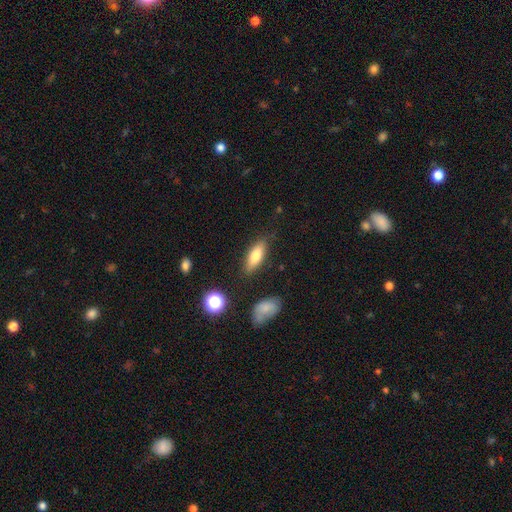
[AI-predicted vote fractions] smooth-or-featured: smooth: 75% | featured or disk: 17% | star or artifact: 8%
  how-rounded: in between: 68% | cigar-shaped: 29% | round: 3%
  merging: none: 81% | minor disturbance: 13% | major disturbance: 3% | merger: 3%